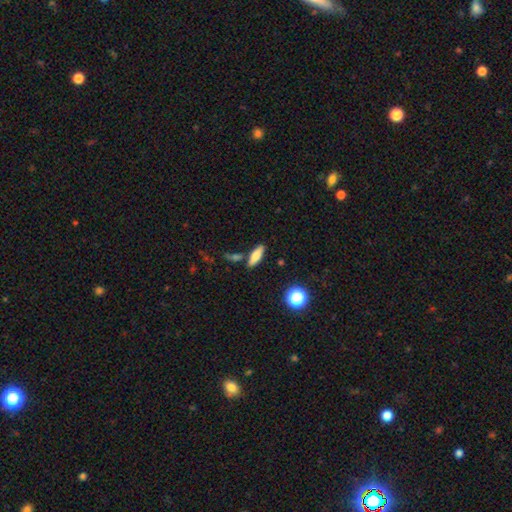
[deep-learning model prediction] Smooth or featured?
  - smooth: 70% *
  - featured or disk: 21%
  - star or artifact: 9%
How rounded?
  - in between: 52% *
  - cigar-shaped: 43%
  - round: 4%
Merging?
  - none: 79% *
  - minor disturbance: 10%
  - merger: 8%
  - major disturbance: 3%